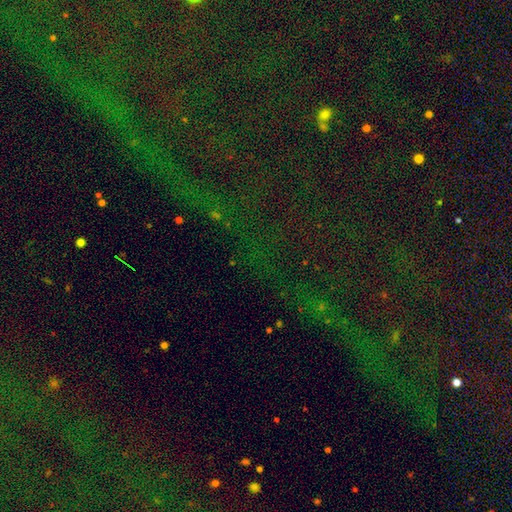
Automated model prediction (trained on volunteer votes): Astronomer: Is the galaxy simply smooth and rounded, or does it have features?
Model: star or artifact — 77%.